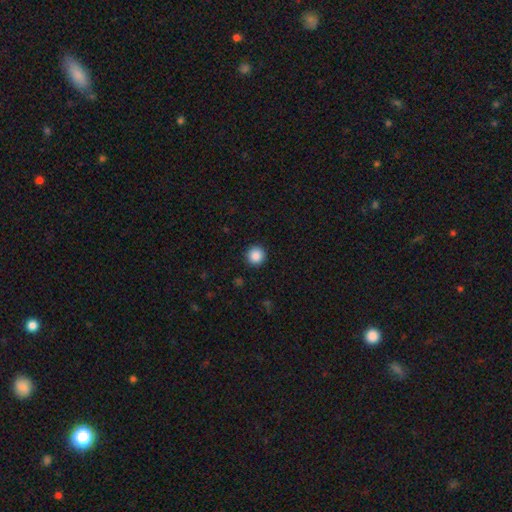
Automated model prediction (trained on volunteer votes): smooth_or_featured: smooth (p=0.88) [alt: star or artifact p=0.09]
how_rounded: round (p=0.95) [alt: in between p=0.04]
merging: none (p=0.92) [alt: minor disturbance p=0.05]